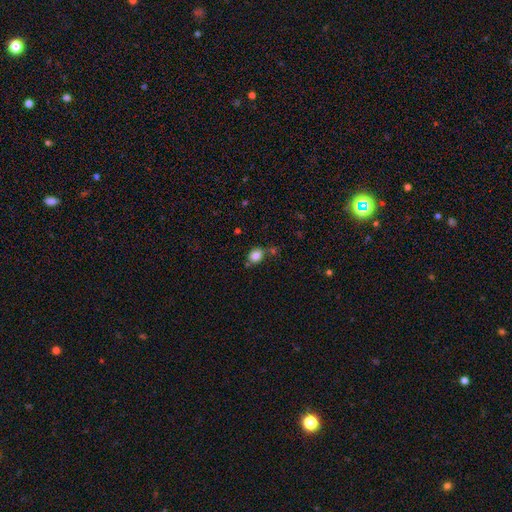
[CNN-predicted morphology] smooth 84%, star or artifact 11%, featured or disk 6%. Down the decision tree: how rounded — round (53%); merging — none (67%).